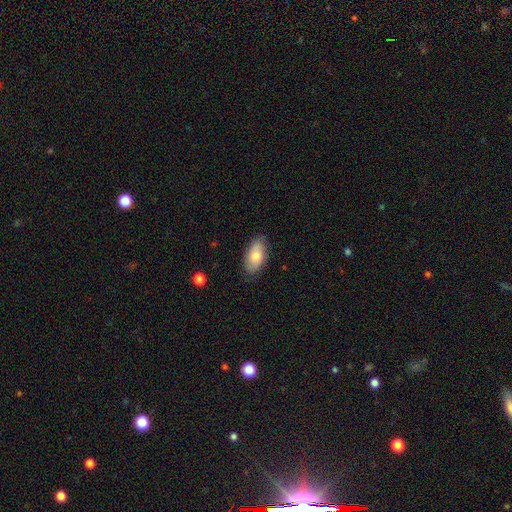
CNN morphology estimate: The model was most divided on "smooth or featured": smooth: 75%, featured or disk: 19%, star or artifact: 6%. More confident: how rounded — in between (93%); merging — none (80%).